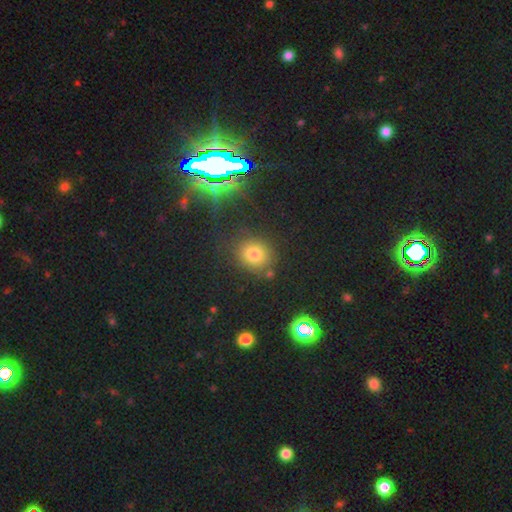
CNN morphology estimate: Smooth or featured? smooth (70%)
How rounded? round (81%)
Merging? none (82%)